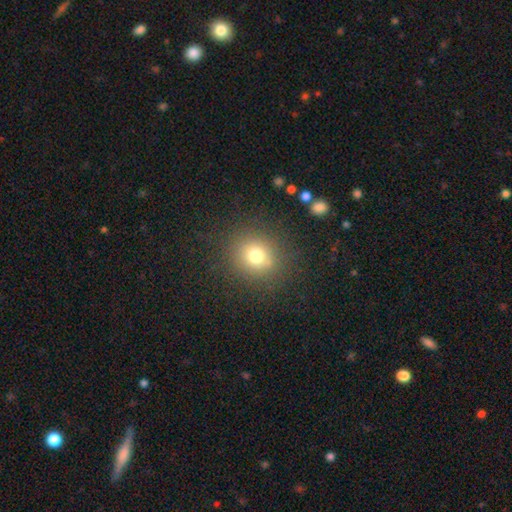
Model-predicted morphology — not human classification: type=smooth (74%); roundness=round (87%); merging=none (86%).